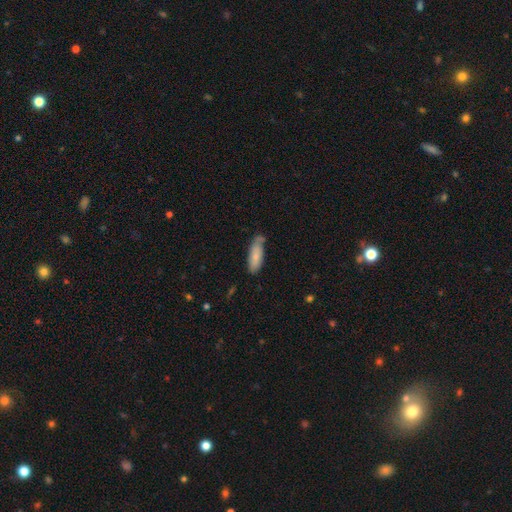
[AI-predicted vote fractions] Morphology: type=smooth (78%); roundness=in between (62%); merging=none (56%).